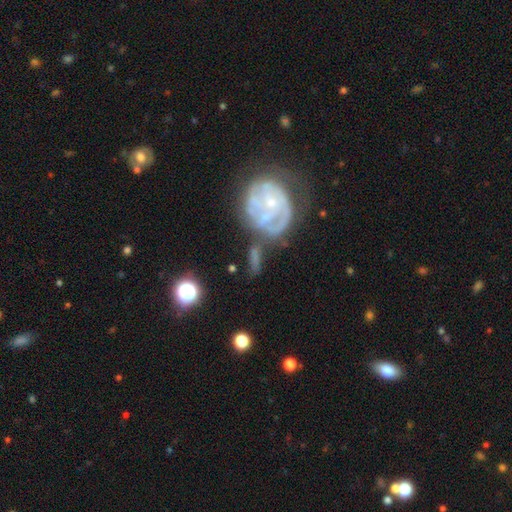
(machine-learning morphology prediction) type=featured or disk (71%); edge-on=no (95%); bar=no (64%); spiral arms=yes (80%); winding=tight (56%); arm count=can't tell (36%); bulge=small (72%); merging=none (37%).